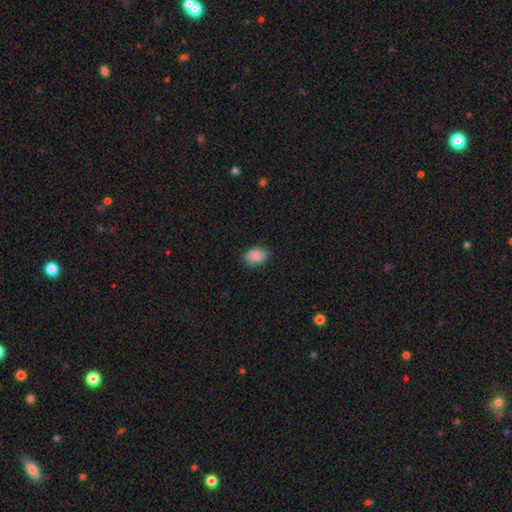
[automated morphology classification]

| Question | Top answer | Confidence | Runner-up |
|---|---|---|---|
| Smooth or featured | smooth | 80% | featured or disk (12%) |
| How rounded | in between | 73% | round (26%) |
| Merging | none | 70% | minor disturbance (24%) |